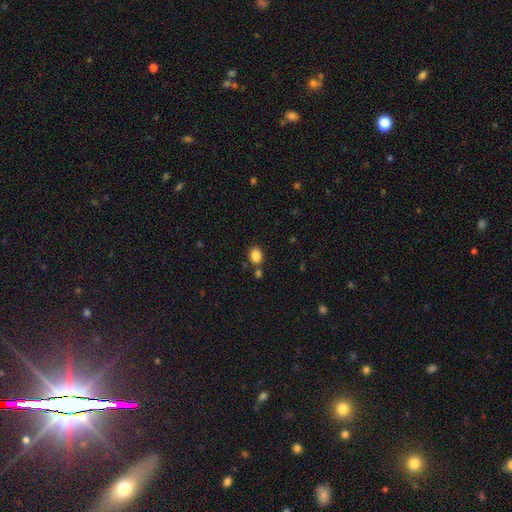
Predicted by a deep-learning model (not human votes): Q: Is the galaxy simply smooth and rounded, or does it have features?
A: smooth — 86%.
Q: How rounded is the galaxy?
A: in between — 54%.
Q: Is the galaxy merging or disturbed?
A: none — 78%.